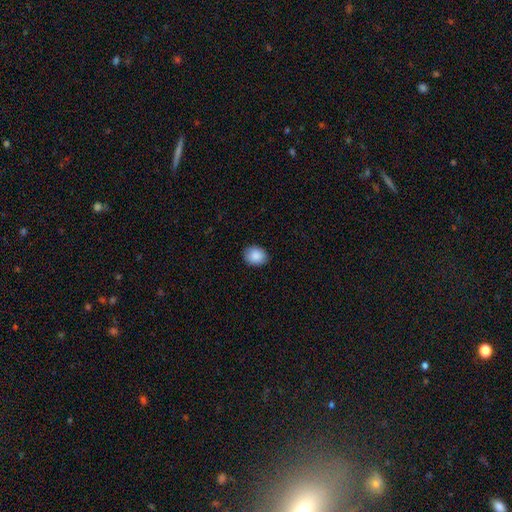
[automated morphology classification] type=smooth (89%); roundness=round (51%); merging=none (87%).